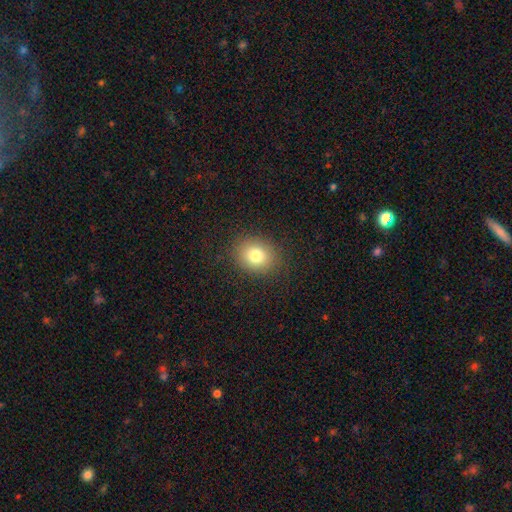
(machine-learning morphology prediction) Smooth or featured? Predicted: smooth (p=0.79). How rounded? Predicted: round (p=0.59). Merging? Predicted: none (p=0.86).